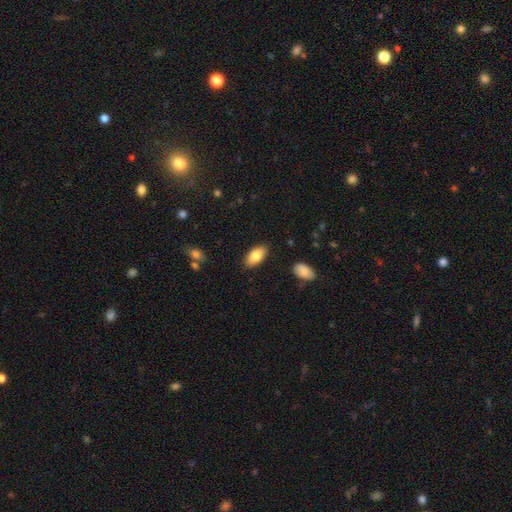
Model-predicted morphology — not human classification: Smooth or featured?
  - smooth: 83% *
  - featured or disk: 11%
  - star or artifact: 7%
How rounded?
  - in between: 93% *
  - cigar-shaped: 5%
  - round: 3%
Merging?
  - none: 86% *
  - minor disturbance: 10%
  - major disturbance: 2%
  - merger: 2%